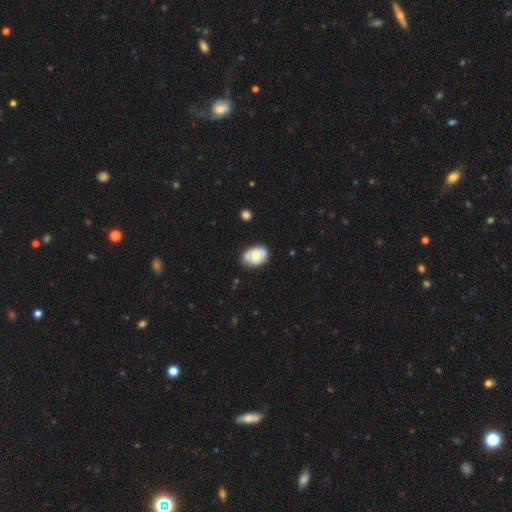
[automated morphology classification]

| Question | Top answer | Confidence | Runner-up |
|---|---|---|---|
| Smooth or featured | smooth | 49% | featured or disk (44%) |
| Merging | none | 64% | minor disturbance (25%) |